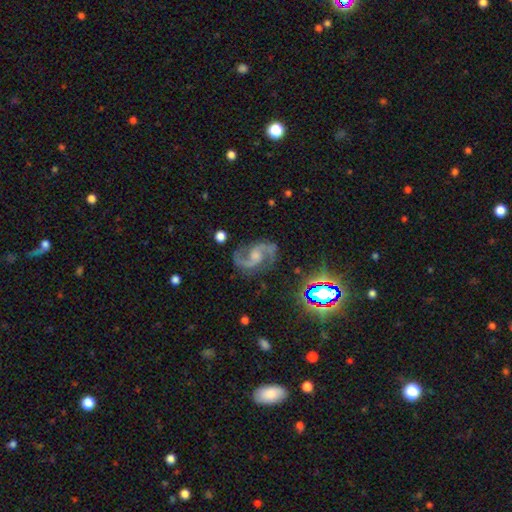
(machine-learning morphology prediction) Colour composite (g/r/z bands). It shows a featured or disk galaxy (88%) with no bar (45%), 2 (94%) medium (57%) spiral arms (98%) and a moderate central bulge (42%). Merging: none (80%).